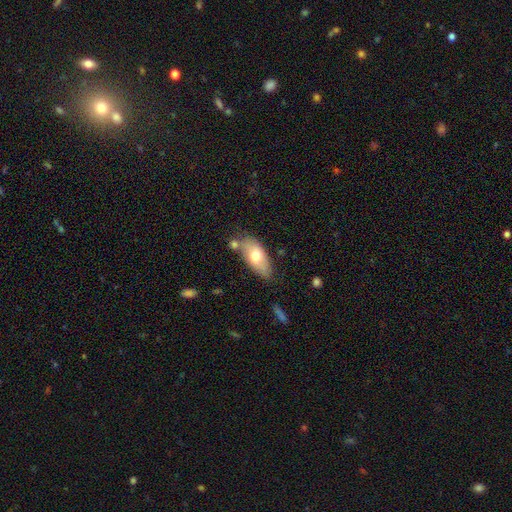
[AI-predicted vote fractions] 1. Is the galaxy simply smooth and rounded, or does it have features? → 68% smooth, 26% featured or disk, 6% star or artifact.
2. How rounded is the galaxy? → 88% in between, 9% cigar-shaped, 3% round.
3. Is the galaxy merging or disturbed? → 62% none, 21% minor disturbance, 12% merger, 5% major disturbance.